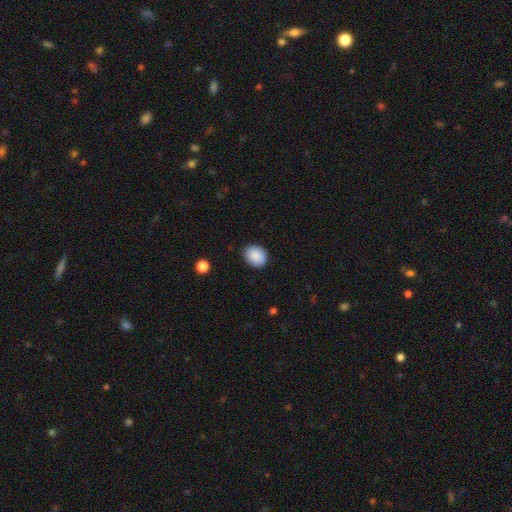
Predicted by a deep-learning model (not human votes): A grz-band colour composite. It shows a smooth galaxy with no disk features (89%) that is in between round and cigar-shaped (53%). Merging: none (87%).